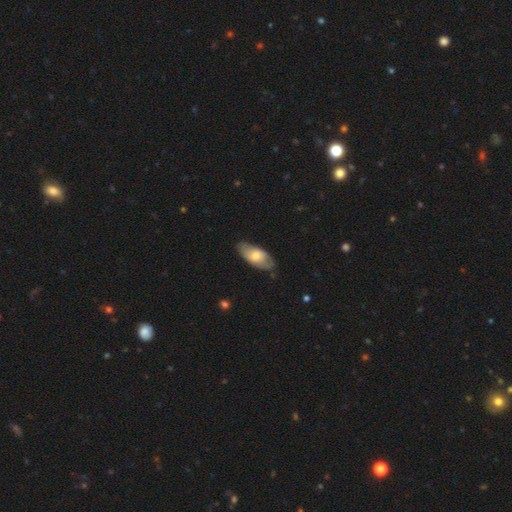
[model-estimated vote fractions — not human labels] smooth 65%, featured or disk 29%, star or artifact 6%. Down the decision tree: how rounded — in between (90%); merging — none (70%).